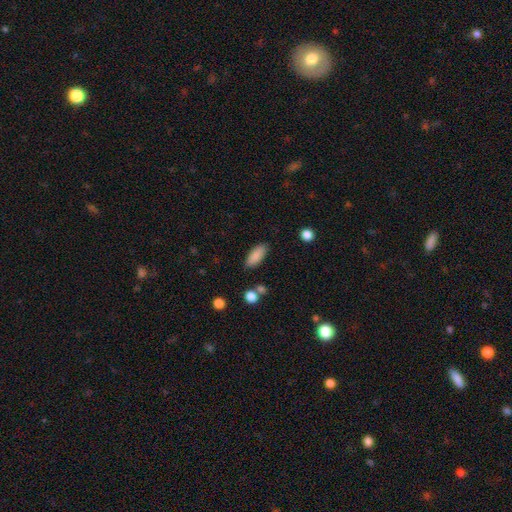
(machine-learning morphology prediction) Smooth or featured?
  - smooth: 87% *
  - star or artifact: 7%
  - featured or disk: 6%
How rounded?
  - in between: 79% *
  - cigar-shaped: 18%
  - round: 2%
Merging?
  - none: 84% *
  - minor disturbance: 10%
  - merger: 3%
  - major disturbance: 3%